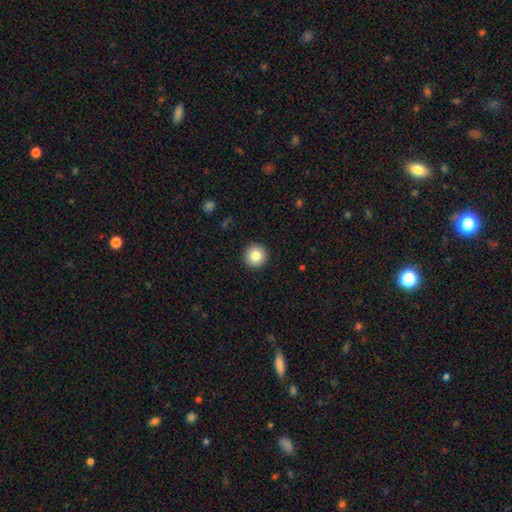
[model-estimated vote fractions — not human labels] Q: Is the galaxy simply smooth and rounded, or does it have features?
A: smooth — 84%.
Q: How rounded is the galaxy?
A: round — 96%.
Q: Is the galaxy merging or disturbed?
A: none — 93%.